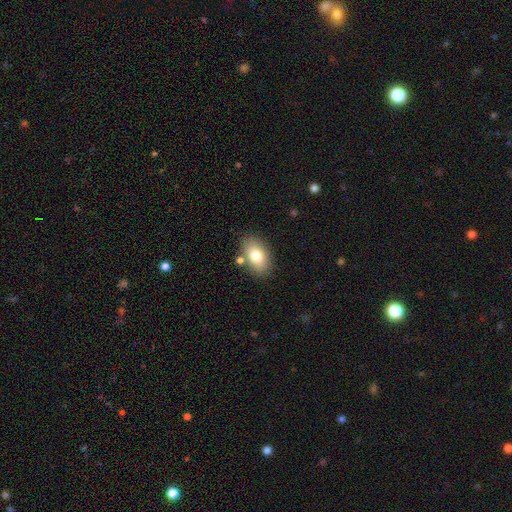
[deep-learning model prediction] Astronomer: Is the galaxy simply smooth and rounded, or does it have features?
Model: smooth — 78%.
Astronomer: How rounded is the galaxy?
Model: in between — 90%.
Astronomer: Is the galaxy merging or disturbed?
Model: none — 78%.